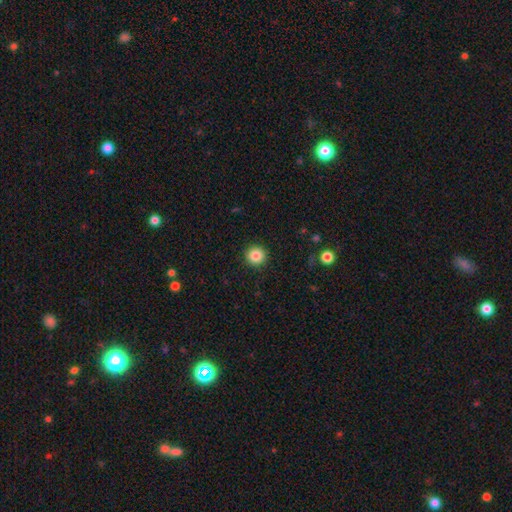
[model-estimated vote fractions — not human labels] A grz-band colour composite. It shows a smooth galaxy with no disk features (85%) that is round (94%). Merging: none (92%).